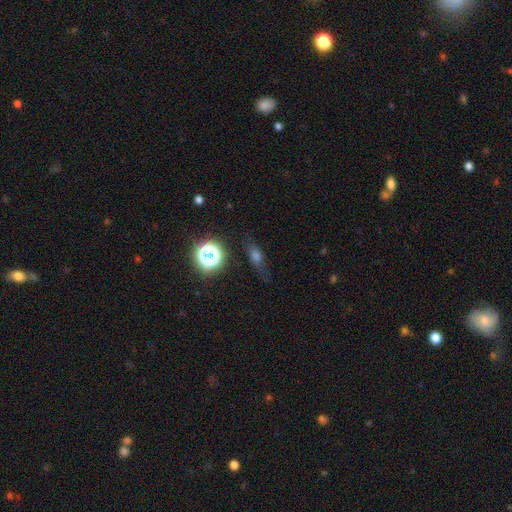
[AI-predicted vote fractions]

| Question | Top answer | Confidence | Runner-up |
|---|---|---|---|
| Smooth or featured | smooth | 54% | star or artifact (26%) |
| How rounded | in between | 50% | cigar-shaped (26%) |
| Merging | none | 68% | minor disturbance (20%) |